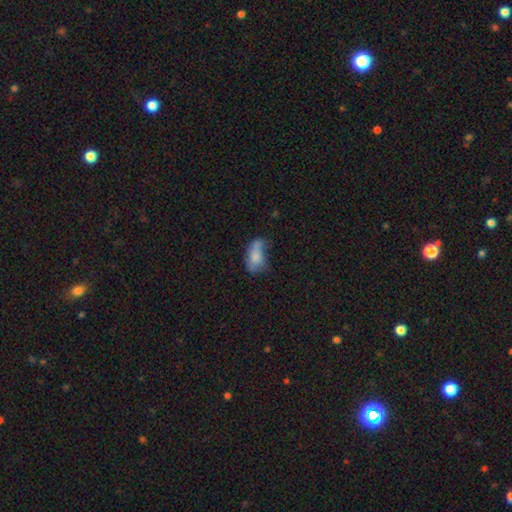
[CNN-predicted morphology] Smooth or featured? smooth (68%)
How rounded? in between (88%)
Merging? none (31%, tied with minor disturbance)